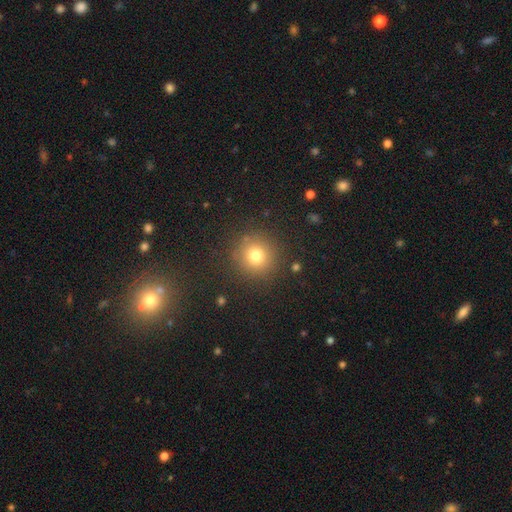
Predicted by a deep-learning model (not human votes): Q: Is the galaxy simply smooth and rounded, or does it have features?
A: smooth — 76%.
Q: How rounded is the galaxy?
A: round — 94%.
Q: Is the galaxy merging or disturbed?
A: none — 87%.